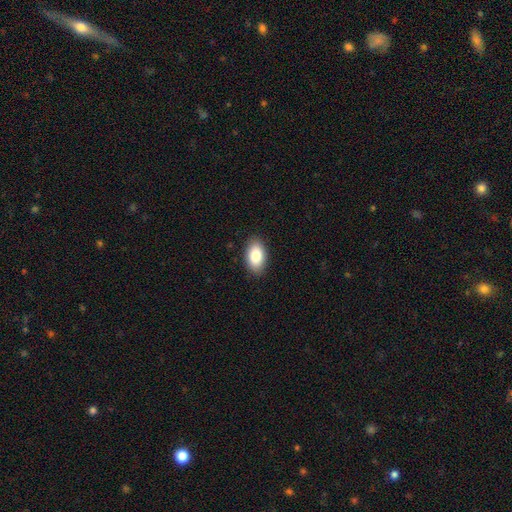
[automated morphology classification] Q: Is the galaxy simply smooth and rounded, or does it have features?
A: smooth — 84%.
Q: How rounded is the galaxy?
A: in between — 93%.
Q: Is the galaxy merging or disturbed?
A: none — 88%.